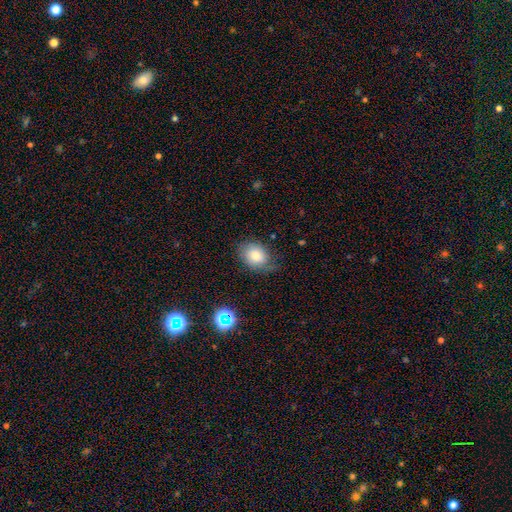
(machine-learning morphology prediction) A smooth galaxy with no disk features (73%) that is in between round and cigar-shaped (63%). Merging: none (60%).